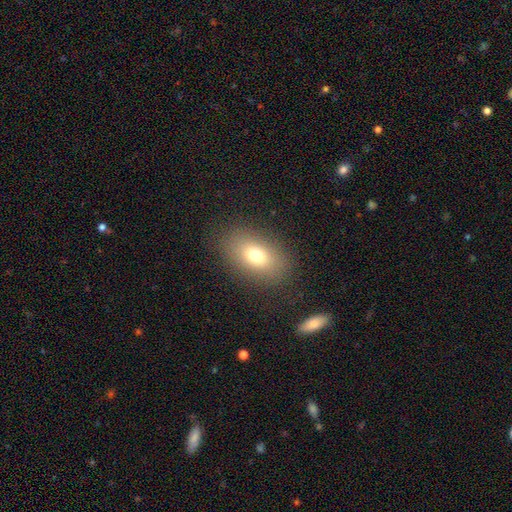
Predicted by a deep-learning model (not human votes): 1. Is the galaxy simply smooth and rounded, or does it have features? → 73% smooth, 14% featured or disk, 12% star or artifact.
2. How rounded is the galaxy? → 83% in between, 16% round, 2% cigar-shaped.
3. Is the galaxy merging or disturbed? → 85% none, 9% minor disturbance, 4% major disturbance, 1% merger.